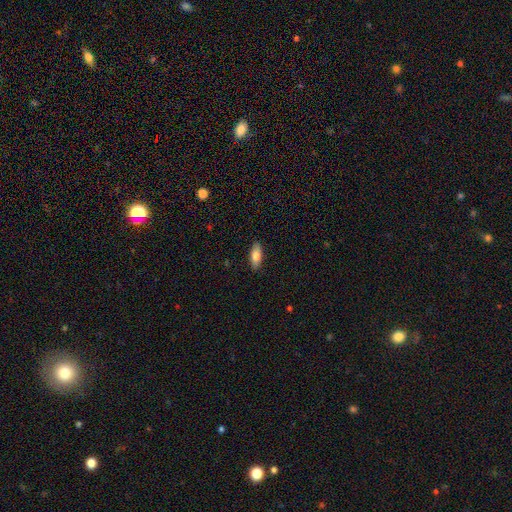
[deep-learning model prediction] This appears to be a smooth galaxy with no disk features (79%) that is in between round and cigar-shaped (75%). Merging: none (88%).